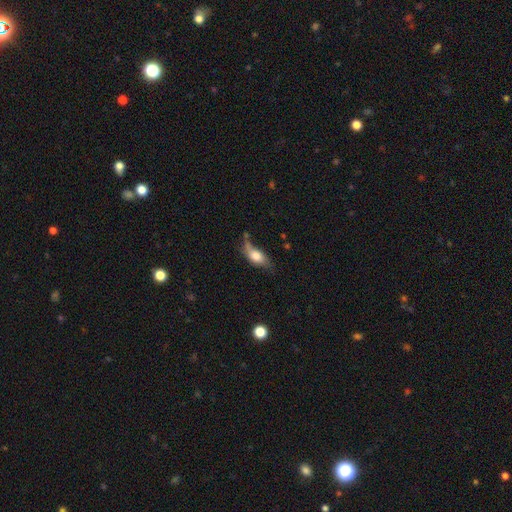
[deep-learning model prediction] Morphology: type=smooth (65%); roundness=in between (78%); merging=none (43%).